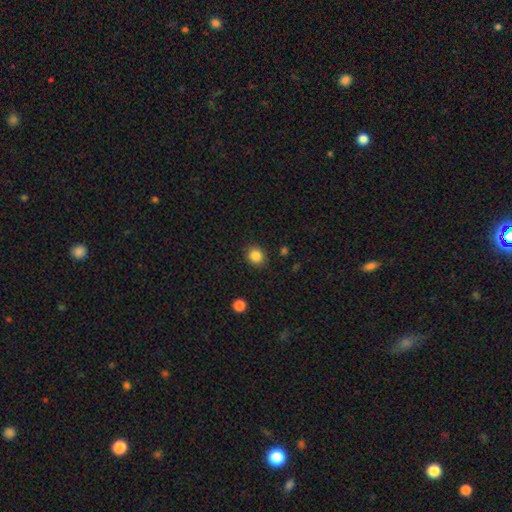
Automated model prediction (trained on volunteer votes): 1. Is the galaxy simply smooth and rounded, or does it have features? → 85% smooth, 11% star or artifact, 4% featured or disk.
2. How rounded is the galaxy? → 84% round, 15% in between, 1% cigar-shaped.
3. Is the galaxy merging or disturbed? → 88% none, 8% minor disturbance, 2% major disturbance, 1% merger.